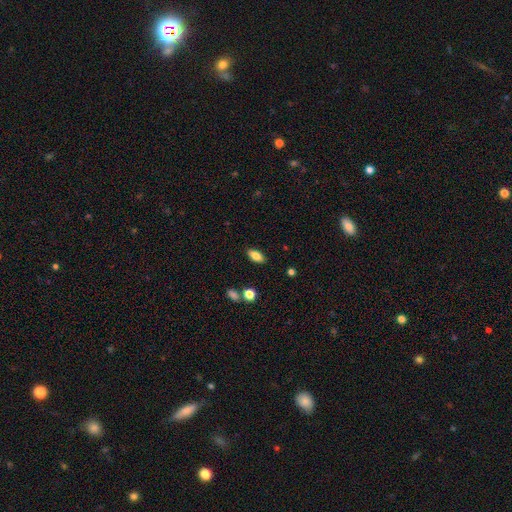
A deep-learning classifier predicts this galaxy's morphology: This appears to be a smooth galaxy with no disk features (77%) that is in between round and cigar-shaped (86%). Merging: none (86%).